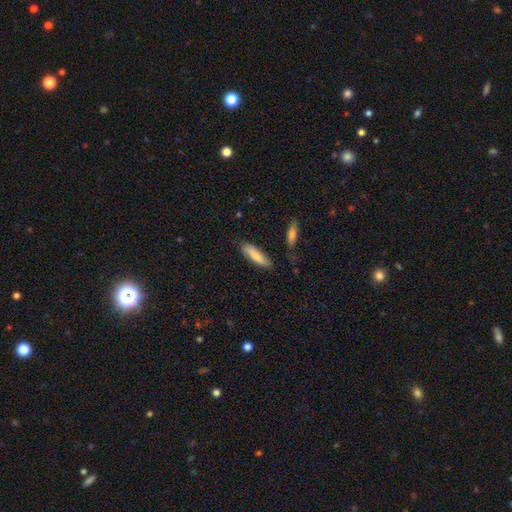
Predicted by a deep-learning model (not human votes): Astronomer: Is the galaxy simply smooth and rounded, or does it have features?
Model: smooth — 75%.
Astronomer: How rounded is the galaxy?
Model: cigar-shaped — 63%.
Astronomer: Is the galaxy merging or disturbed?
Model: none — 79%.